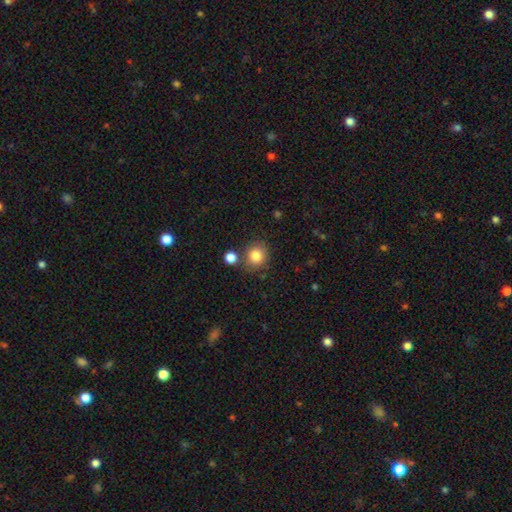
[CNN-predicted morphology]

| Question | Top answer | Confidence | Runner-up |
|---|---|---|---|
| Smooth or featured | smooth | 83% | star or artifact (10%) |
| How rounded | round | 83% | in between (16%) |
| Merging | none | 76% | merger (11%) |